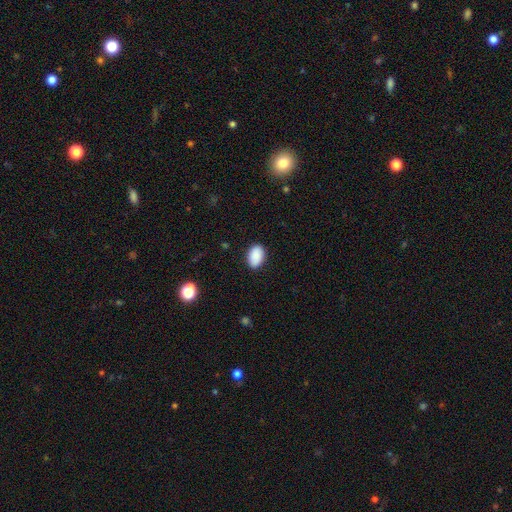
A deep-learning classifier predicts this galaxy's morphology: Smooth or featured?
  - smooth: 90% *
  - star or artifact: 7%
  - featured or disk: 3%
How rounded?
  - in between: 88% *
  - round: 11%
  - cigar-shaped: 1%
Merging?
  - none: 87% *
  - minor disturbance: 10%
  - major disturbance: 2%
  - merger: 1%